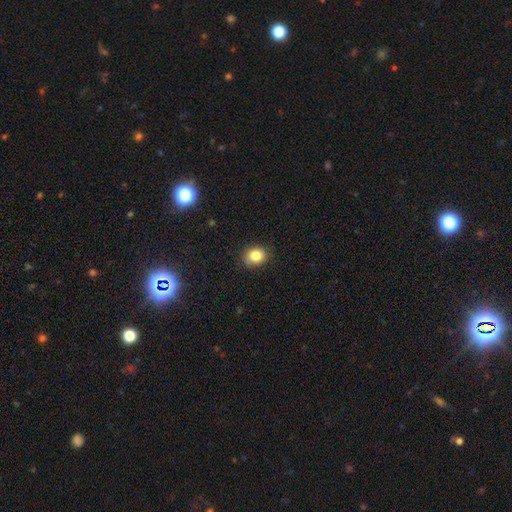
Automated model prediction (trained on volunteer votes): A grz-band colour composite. It shows a smooth galaxy with no disk features (83%) that is round (60%). Merging: none (84%).